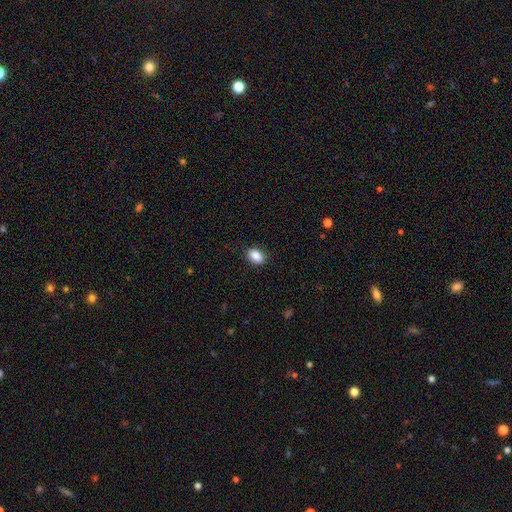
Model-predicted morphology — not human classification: A smooth galaxy with no disk features (88%) that is in between round and cigar-shaped (81%). Merging: none (87%).